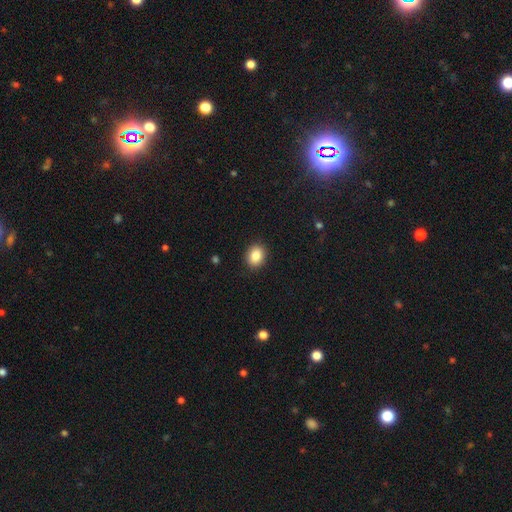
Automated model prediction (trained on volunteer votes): Smooth or featured? smooth (86%)
How rounded? round (52%)
Merging? none (90%)